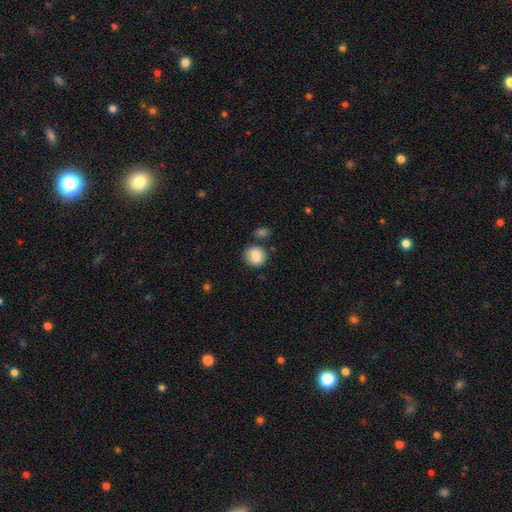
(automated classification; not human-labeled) Morphology: type=smooth (85%); roundness=round (88%); merging=none (79%).